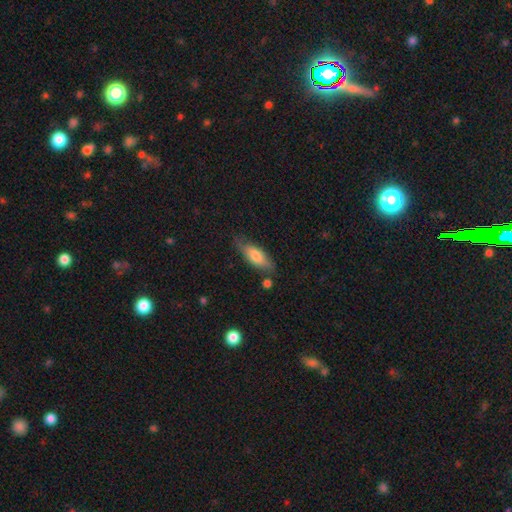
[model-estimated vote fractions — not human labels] Overall: smooth (69%). How rounded: in between (68%; cigar-shaped 30%). Merging: none (68%).